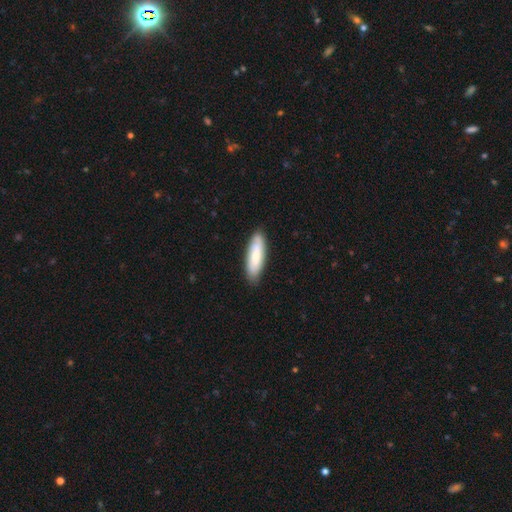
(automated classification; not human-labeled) Smooth or featured? smooth (70%)
How rounded? cigar-shaped (51%)
Merging? none (84%)